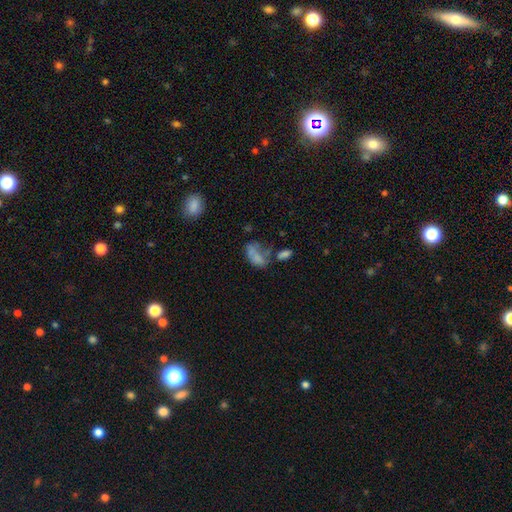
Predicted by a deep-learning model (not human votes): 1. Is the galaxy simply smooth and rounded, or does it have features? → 64% smooth, 23% featured or disk, 13% star or artifact.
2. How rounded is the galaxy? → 87% in between, 8% round, 5% cigar-shaped.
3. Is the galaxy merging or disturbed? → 27% merger (tied), 27% major disturbance (tied), 26% none, 20% minor disturbance.